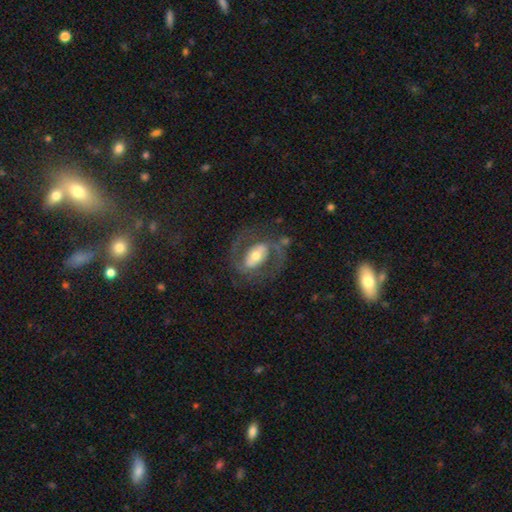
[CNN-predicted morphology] Q: Smooth or featured?
A: featured or disk (75%); runner-up: smooth (18%)
Q: Edge-on disk?
A: no (95%); runner-up: yes (5%)
Q: Bar?
A: strong (38%); runner-up: weak (32%)
Q: Spiral arms?
A: yes (82%); runner-up: no (18%)
Q: Spiral winding?
A: medium (53%); runner-up: tight (24%)
Q: Spiral arm count?
A: 2 (87%); runner-up: can't tell (6%)
Q: Bulge size?
A: moderate (57%); runner-up: small (26%)
Q: Merging?
A: none (66%); runner-up: major disturbance (16%)